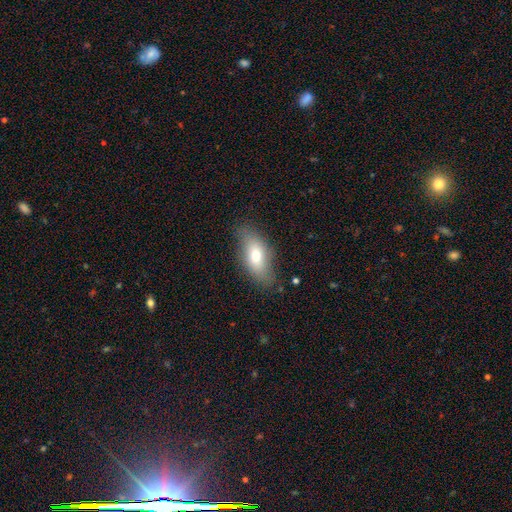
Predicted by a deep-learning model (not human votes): Q: Smooth or featured?
A: smooth (72%); runner-up: featured or disk (21%)
Q: How rounded?
A: in between (84%); runner-up: cigar-shaped (12%)
Q: Merging?
A: none (77%); runner-up: minor disturbance (18%)